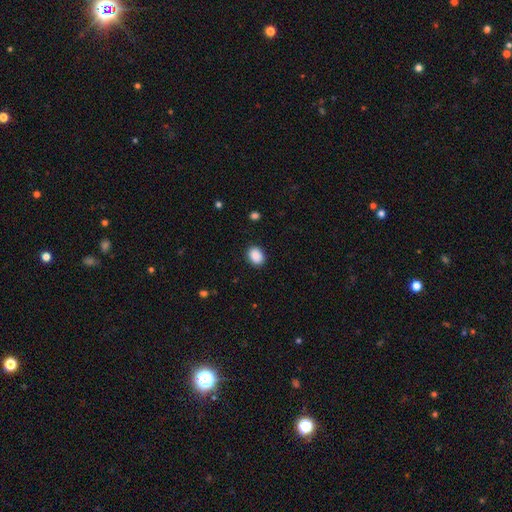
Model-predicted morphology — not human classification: Smooth or featured? Predicted: smooth (p=0.90). How rounded? Predicted: in between (p=0.63). Merging? Predicted: none (p=0.89).